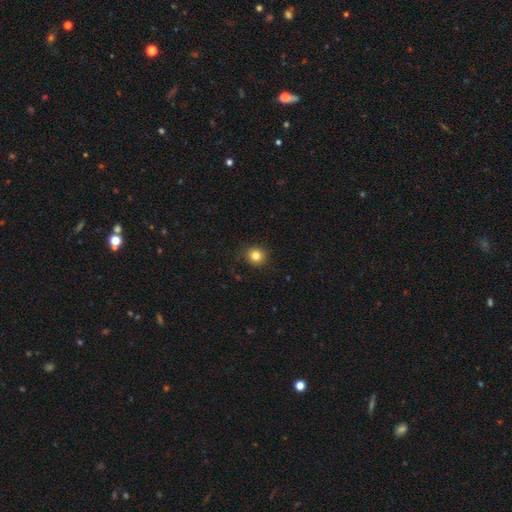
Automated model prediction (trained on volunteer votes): Smooth or featured? smooth (82%)
How rounded? round (87%)
Merging? none (89%)